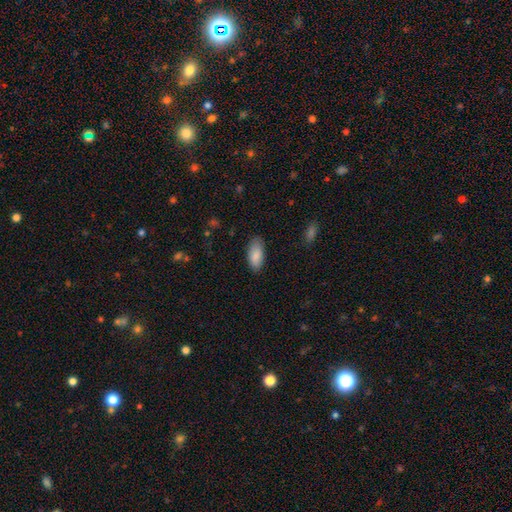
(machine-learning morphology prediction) A smooth galaxy with no disk features (87%) that is in between round and cigar-shaped (89%). Merging: none (82%).